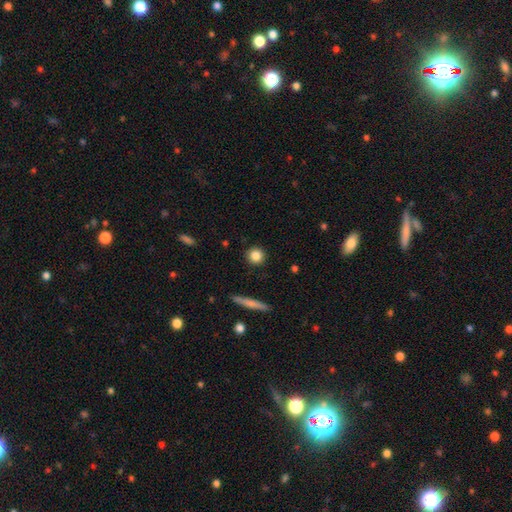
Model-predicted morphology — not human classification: smooth-or-featured: smooth: 84% | star or artifact: 9% | featured or disk: 8%
  how-rounded: round: 90% | in between: 8% | cigar-shaped: 2%
  merging: none: 90% | minor disturbance: 6% | major disturbance: 2% | merger: 1%